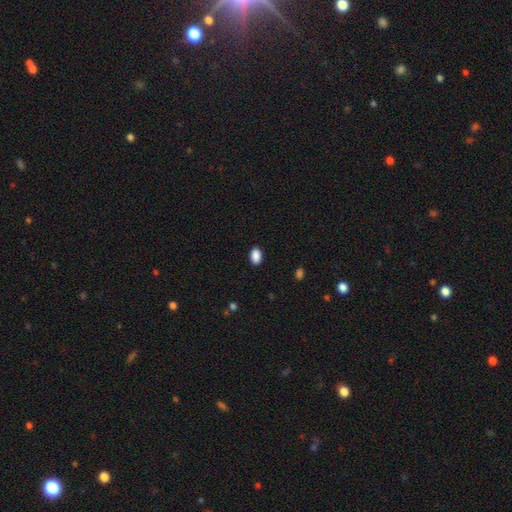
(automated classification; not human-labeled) Smooth or featured? Predicted: smooth (p=0.90). How rounded? Predicted: in between (p=0.88). Merging? Predicted: none (p=0.88).